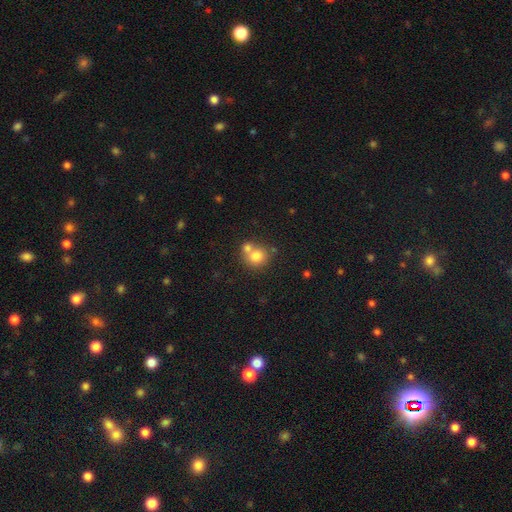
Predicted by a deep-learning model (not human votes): smooth_or_featured: smooth (p=0.77) [alt: featured or disk p=0.13]
how_rounded: round (p=0.82) [alt: in between p=0.18]
merging: merger (p=0.44) [tied with: none p=0.44]